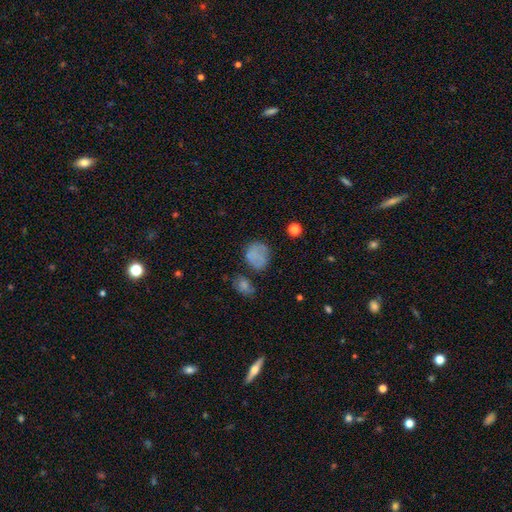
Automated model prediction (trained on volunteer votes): Overall: smooth (70%). How rounded: round (69%; in between 30%). Merging: none (53%; minor disturbance 24%).